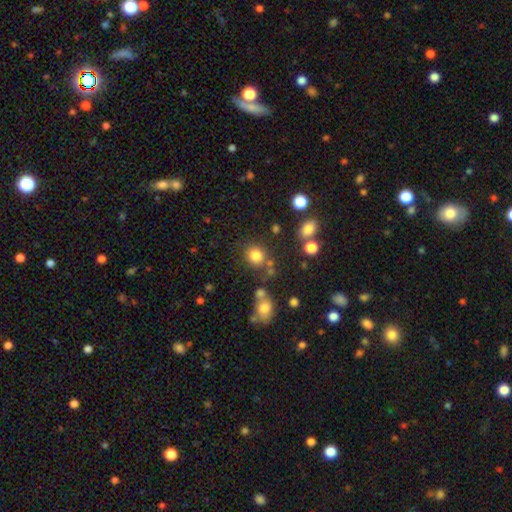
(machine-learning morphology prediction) A smooth galaxy with no disk features (81%) that is round (81%).

Vote fractions:
- Smooth or featured? smooth: 81% / star or artifact: 13% / featured or disk: 6%
- How rounded? round: 81% / in between: 18% / cigar-shaped: 1%
- Merging? none: 75% / minor disturbance: 11% / merger: 9% / major disturbance: 5%